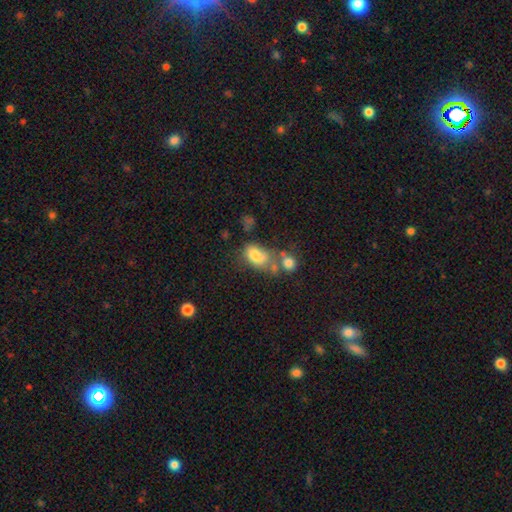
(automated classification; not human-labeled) A smooth galaxy with no disk features (77%) that is in between round and cigar-shaped (86%). Merging: merger (35%).